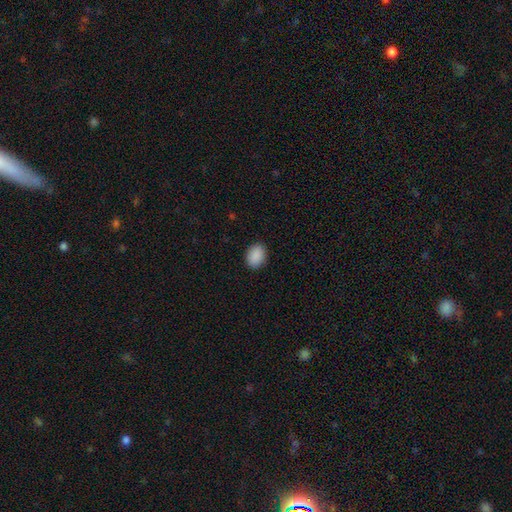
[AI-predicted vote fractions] The model was most divided on "how rounded": in between: 71%, round: 28%, cigar-shaped: 1%. More confident: smooth or featured — smooth (90%); merging — none (90%).